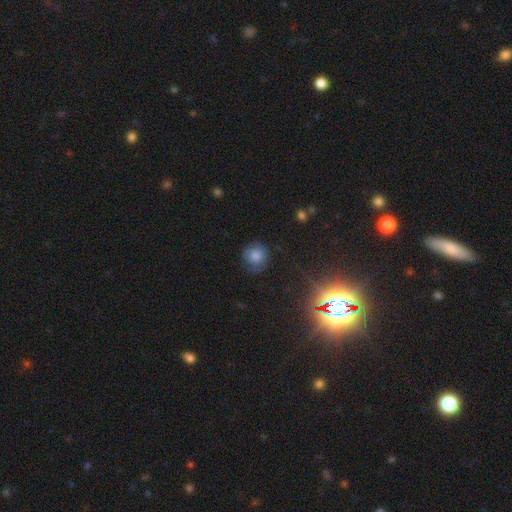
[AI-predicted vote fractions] This appears to be a smooth galaxy with no disk features (75%) that is round (89%). Merging: none (75%).